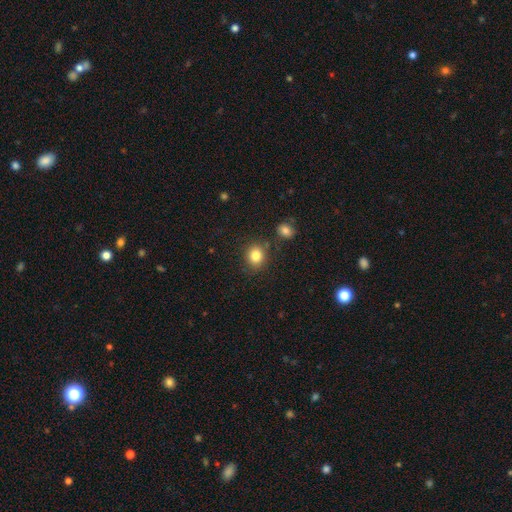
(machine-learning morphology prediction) Smooth or featured: smooth — 83% (star or artifact — 11%)
How rounded: round — 74% (in between — 25%)
Merging: none — 81% (minor disturbance — 10%)